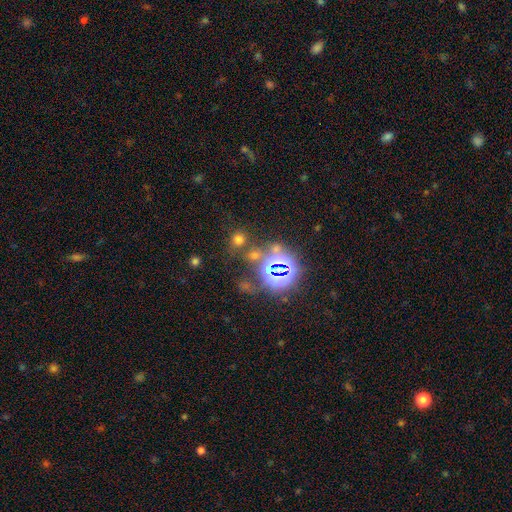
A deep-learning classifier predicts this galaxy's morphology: smooth-or-featured: star or artifact: 61% | smooth: 30% | featured or disk: 8%